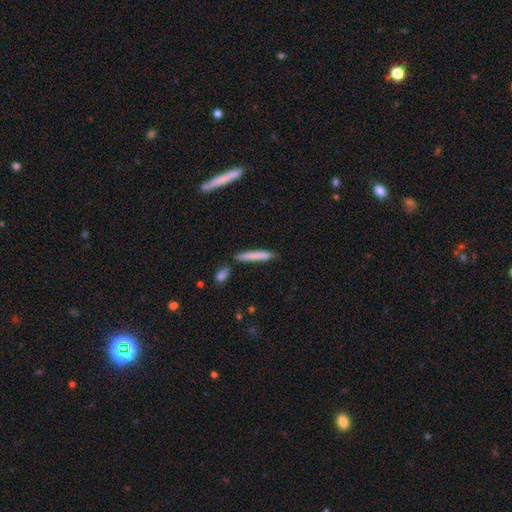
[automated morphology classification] Q: Smooth or featured?
A: smooth (77%); runner-up: featured or disk (17%)
Q: How rounded?
A: cigar-shaped (93%); runner-up: in between (5%)
Q: Merging?
A: none (79%); runner-up: minor disturbance (12%)